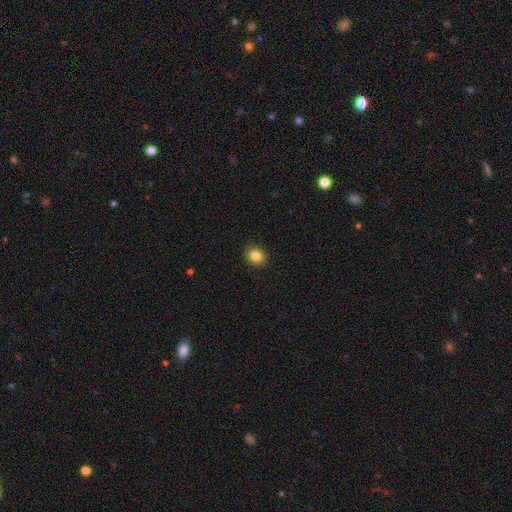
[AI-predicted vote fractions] This appears to be a smooth galaxy with no disk features (85%) that is round (72%). Merging: none (91%).